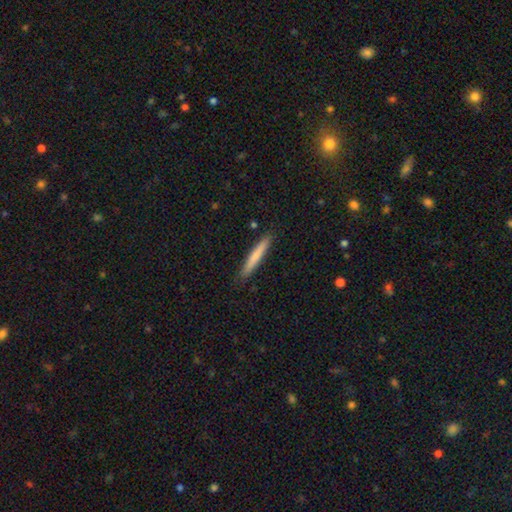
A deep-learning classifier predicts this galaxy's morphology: Q: Smooth or featured?
A: smooth (73%); runner-up: featured or disk (22%)
Q: How rounded?
A: cigar-shaped (95%); runner-up: in between (4%)
Q: Merging?
A: none (89%); runner-up: minor disturbance (8%)